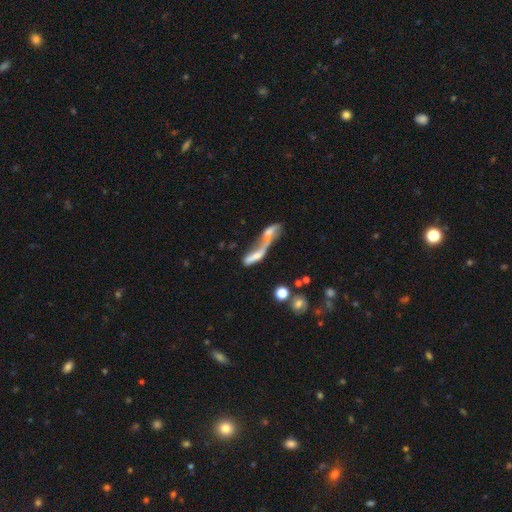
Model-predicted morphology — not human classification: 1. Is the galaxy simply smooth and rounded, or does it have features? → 45% featured or disk, 42% smooth, 12% star or artifact.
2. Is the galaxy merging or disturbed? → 74% merger, 12% major disturbance, 9% none, 5% minor disturbance.